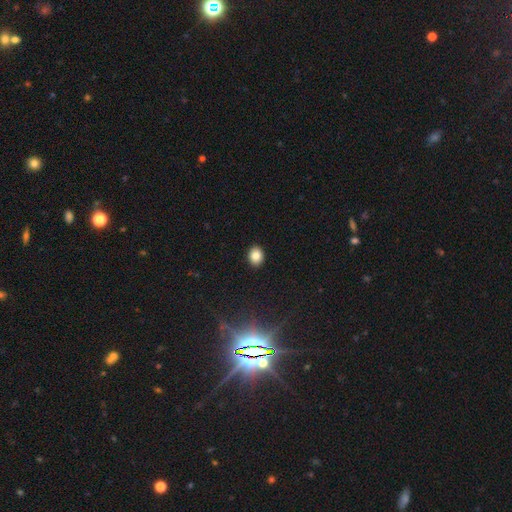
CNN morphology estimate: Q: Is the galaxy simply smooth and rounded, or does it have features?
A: smooth — 85%.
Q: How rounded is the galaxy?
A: round — 50%.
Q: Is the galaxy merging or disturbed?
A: none — 91%.